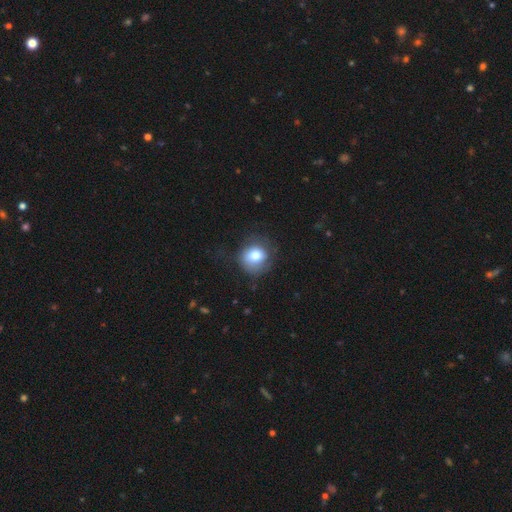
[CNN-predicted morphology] The model was most divided on "merging": none: 65%, minor disturbance: 21%, major disturbance: 12%, merger: 1%. More confident: how rounded — round (82%); smooth or featured — smooth (76%).